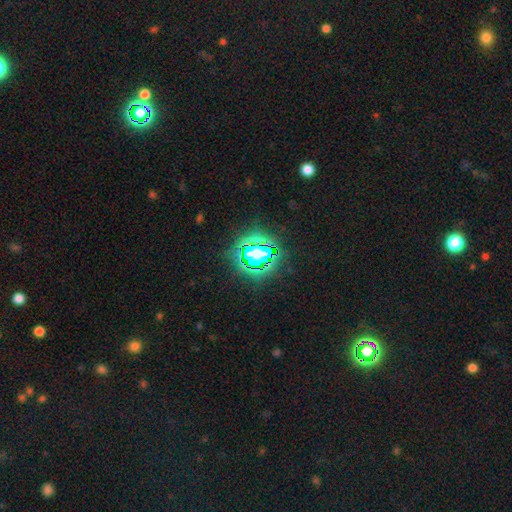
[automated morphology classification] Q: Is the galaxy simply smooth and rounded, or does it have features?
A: star or artifact — 68%.